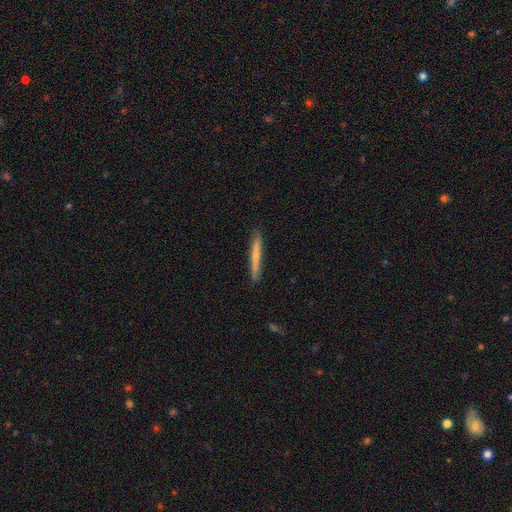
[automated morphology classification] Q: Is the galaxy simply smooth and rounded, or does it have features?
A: smooth — 57%.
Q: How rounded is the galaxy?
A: cigar-shaped — 96%.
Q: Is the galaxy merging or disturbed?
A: none — 88%.